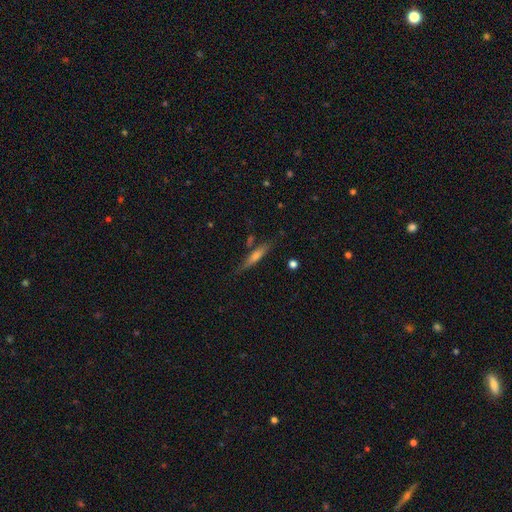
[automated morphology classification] type=featured or disk (48%); merging=none (77%).